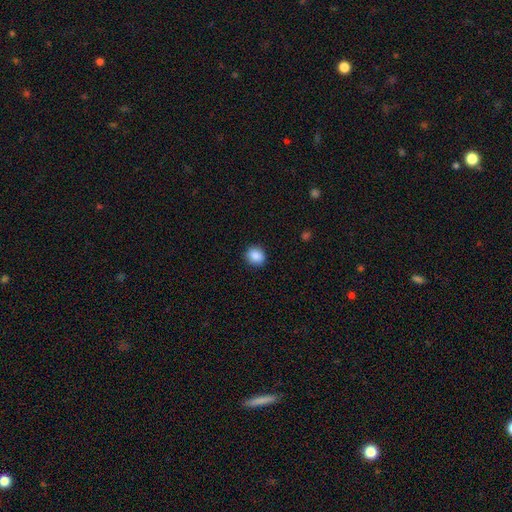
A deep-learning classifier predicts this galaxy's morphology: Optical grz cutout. It shows a smooth galaxy with no disk features (87%) that is round (69%). Merging: none (89%).